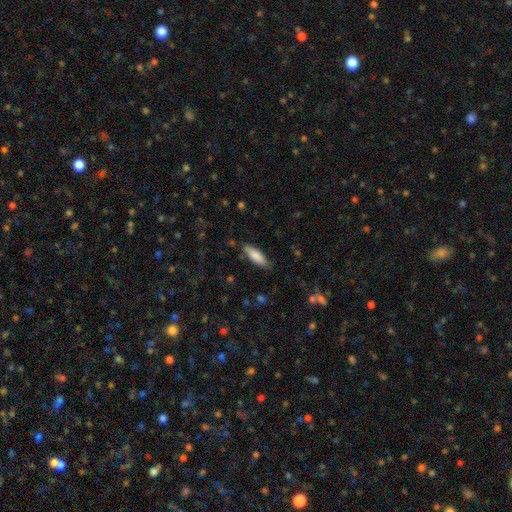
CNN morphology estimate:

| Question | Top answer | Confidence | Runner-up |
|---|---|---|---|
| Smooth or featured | smooth | 83% | featured or disk (11%) |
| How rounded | in between | 54% | cigar-shaped (44%) |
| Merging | none | 81% | minor disturbance (14%) |